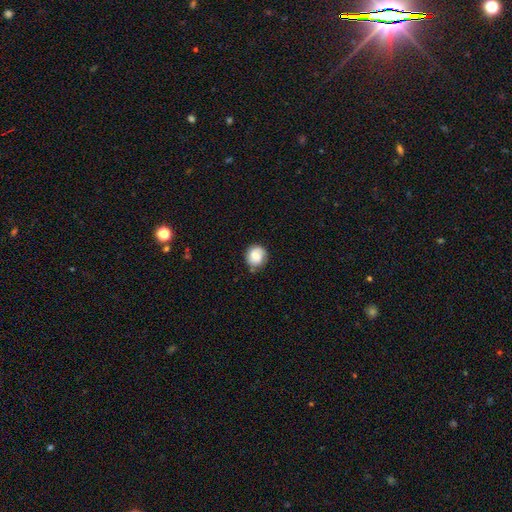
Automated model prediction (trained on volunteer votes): smooth_or_featured: smooth (p=0.72) [alt: featured or disk p=0.20]
how_rounded: round (p=0.86) [alt: in between p=0.13]
merging: none (p=0.74) [alt: minor disturbance p=0.19]